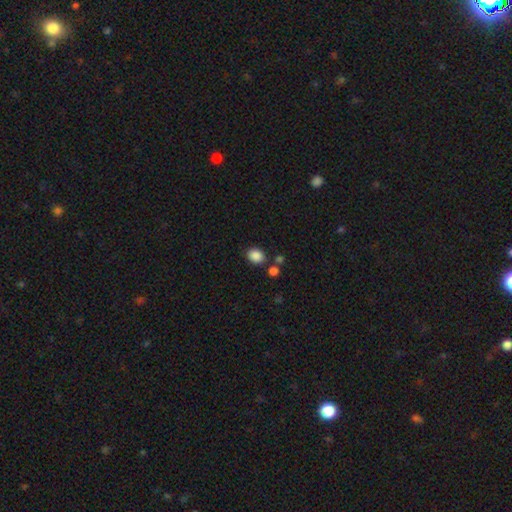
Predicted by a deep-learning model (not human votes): Smooth or featured? smooth (87%)
How rounded? in between (53%)
Merging? none (78%)